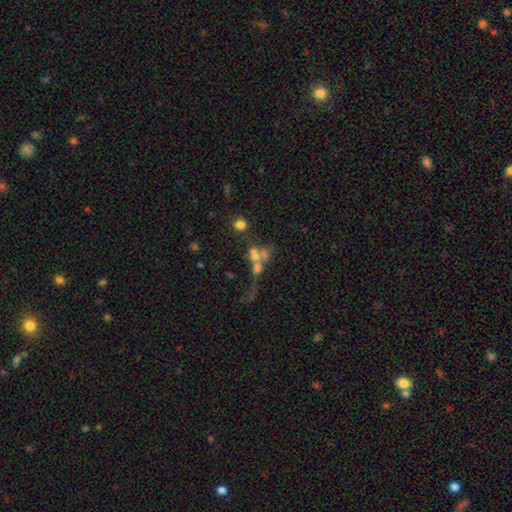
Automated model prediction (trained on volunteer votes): Q: Smooth or featured?
A: smooth (43%); runner-up: featured or disk (35%)
Q: Merging?
A: merger (53%); runner-up: none (21%)